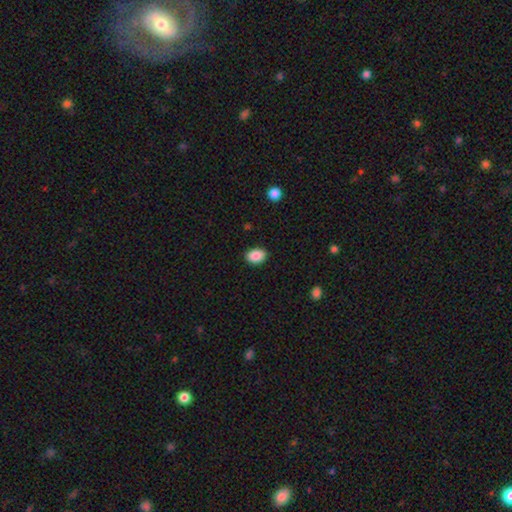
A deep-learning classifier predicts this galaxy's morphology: smooth-or-featured: smooth: 89% | star or artifact: 8% | featured or disk: 4%
  how-rounded: in between: 75% | round: 24% | cigar-shaped: 1%
  merging: none: 88% | minor disturbance: 9% | major disturbance: 2% | merger: 1%